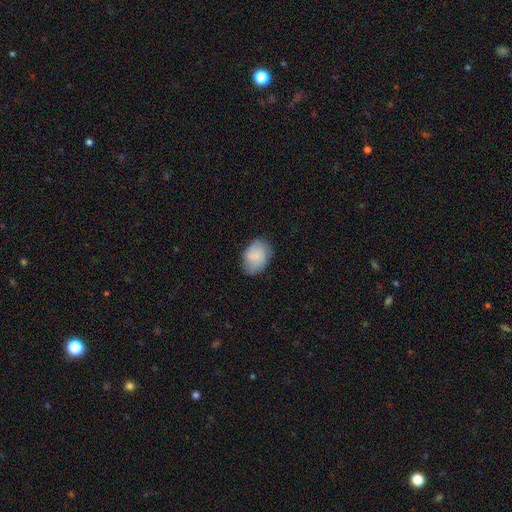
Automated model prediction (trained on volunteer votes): Overall: smooth (83%). How rounded: in between (79%). Merging: none (74%).